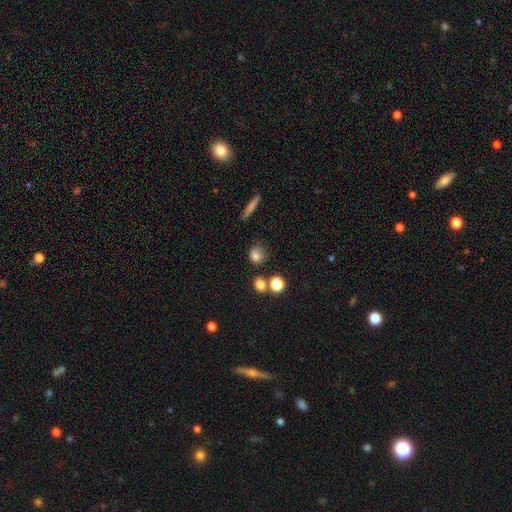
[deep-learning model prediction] Smooth or featured? Predicted: smooth (p=0.79). How rounded? Predicted: round (p=0.79). Merging? Predicted: none (p=0.71).